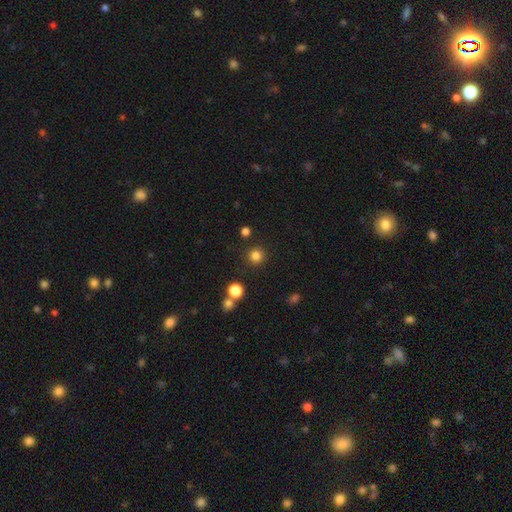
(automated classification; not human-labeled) Smooth or featured: smooth — 81% (star or artifact — 14%)
How rounded: round — 95% (in between — 4%)
Merging: none — 88% (minor disturbance — 6%)